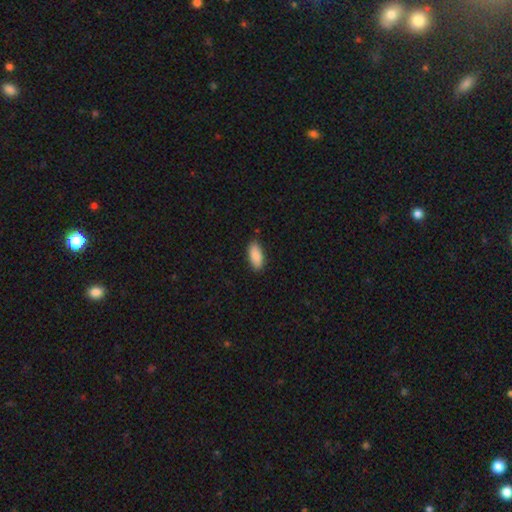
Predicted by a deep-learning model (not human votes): Q: Smooth or featured?
A: smooth (90%); runner-up: star or artifact (6%)
Q: How rounded?
A: in between (86%); runner-up: cigar-shaped (12%)
Q: Merging?
A: none (85%); runner-up: minor disturbance (12%)